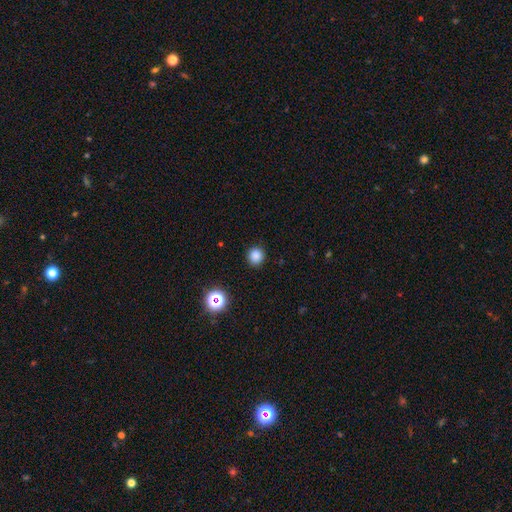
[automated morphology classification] Smooth or featured? smooth (82%)
How rounded? round (90%)
Merging? none (90%)